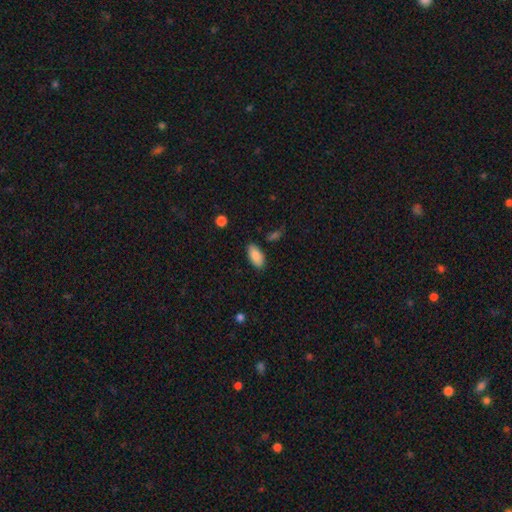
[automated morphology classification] Smooth or featured? Predicted: smooth (p=0.88). How rounded? Predicted: in between (p=0.93). Merging? Predicted: none (p=0.84).